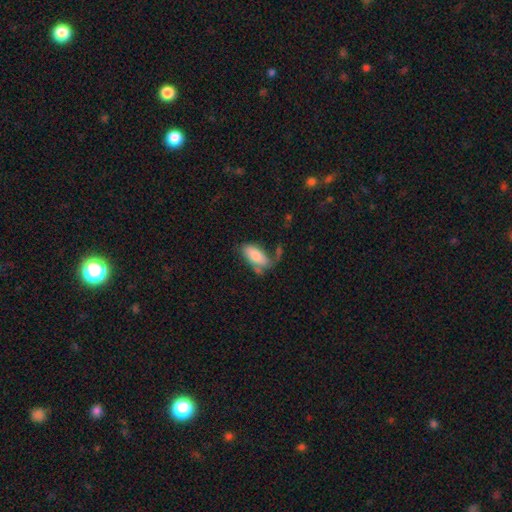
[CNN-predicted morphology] Smooth or featured: smooth — 77% (featured or disk — 16%)
How rounded: in between — 87% (cigar-shaped — 11%)
Merging: none — 43% (minor disturbance — 25%)